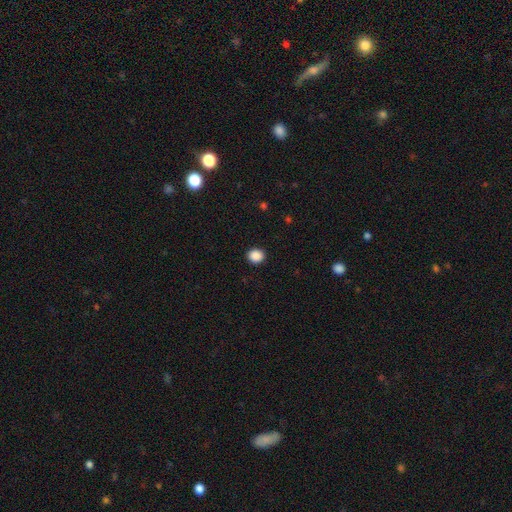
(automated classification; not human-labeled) This is clearly a smooth galaxy (88%). How rounded: clearly round (82%). Merging: clearly none (92%).